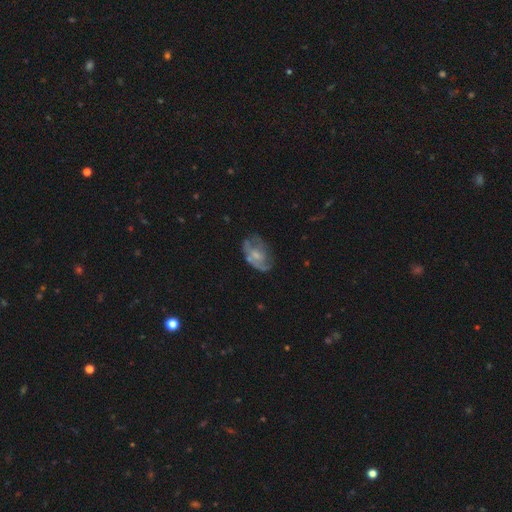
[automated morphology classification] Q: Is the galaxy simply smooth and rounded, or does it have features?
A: featured or disk — 62%.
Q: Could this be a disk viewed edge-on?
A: no — 96%.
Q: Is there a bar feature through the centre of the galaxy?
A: no — 69%.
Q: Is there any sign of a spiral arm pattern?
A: yes — 60%.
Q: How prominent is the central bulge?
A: small — 47%.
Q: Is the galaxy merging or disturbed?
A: none — 49%.